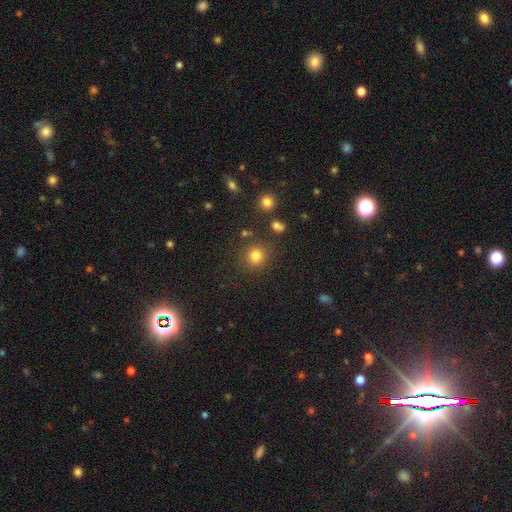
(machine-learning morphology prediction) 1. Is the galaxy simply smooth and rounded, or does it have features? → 80% smooth, 14% star or artifact, 6% featured or disk.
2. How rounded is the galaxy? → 88% round, 11% in between, 1% cigar-shaped.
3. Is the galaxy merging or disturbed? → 84% none, 8% minor disturbance, 4% merger, 4% major disturbance.